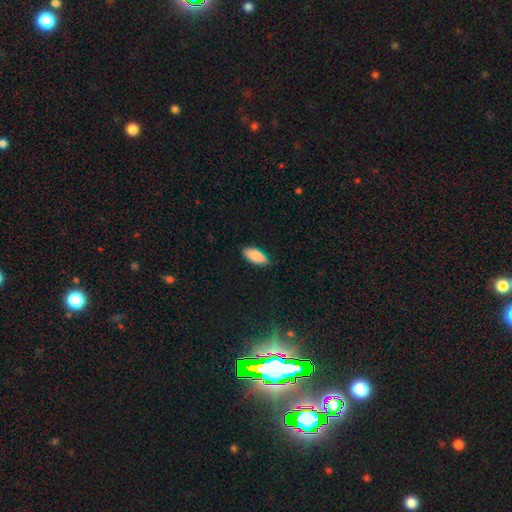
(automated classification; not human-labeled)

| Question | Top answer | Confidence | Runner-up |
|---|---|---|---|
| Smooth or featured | smooth | 86% | featured or disk (7%) |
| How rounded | in between | 90% | cigar-shaped (8%) |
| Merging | none | 74% | minor disturbance (22%) |